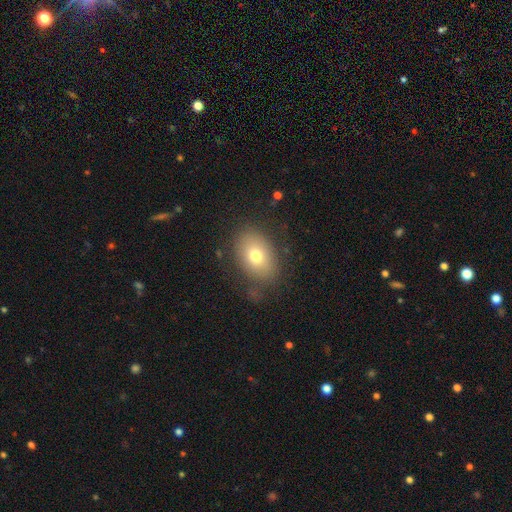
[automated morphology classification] Smooth or featured? Predicted: smooth (p=0.74). How rounded? Predicted: in between (p=0.78). Merging? Predicted: none (p=0.74).